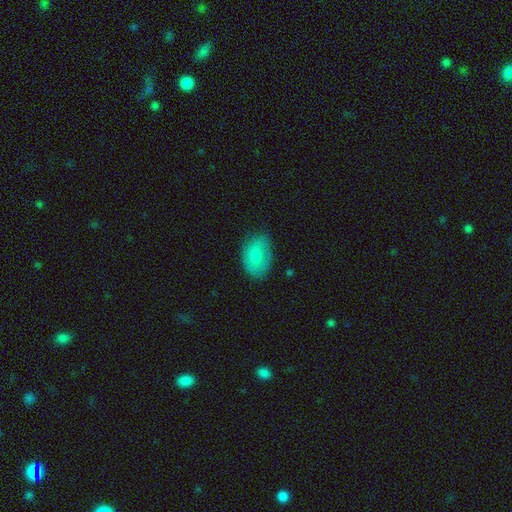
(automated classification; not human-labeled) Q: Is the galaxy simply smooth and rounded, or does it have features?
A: smooth — 77%.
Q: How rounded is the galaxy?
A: in between — 84%.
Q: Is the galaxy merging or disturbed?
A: none — 73%.